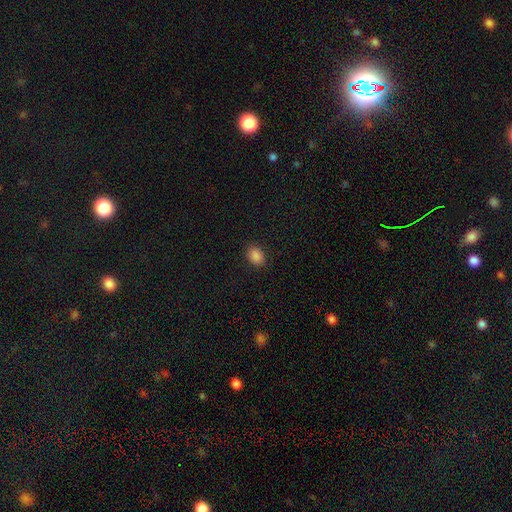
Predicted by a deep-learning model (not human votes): The model was most divided on "how rounded": in between: 68%, round: 31%, cigar-shaped: 1%. More confident: merging — none (88%); smooth or featured — smooth (87%).